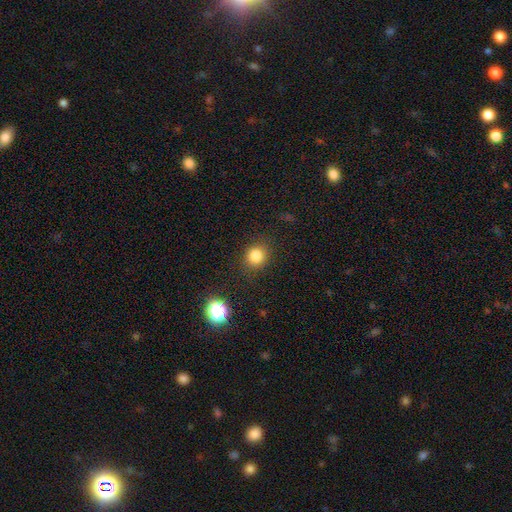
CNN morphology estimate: Smooth or featured: smooth — 82% (star or artifact — 13%)
How rounded: round — 75% (in between — 24%)
Merging: none — 84% (minor disturbance — 10%)